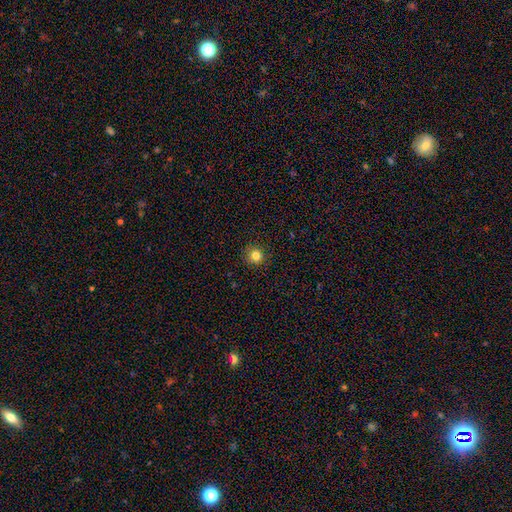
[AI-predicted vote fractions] This is clearly a smooth galaxy (82%). How rounded: clearly round (92%). Merging: clearly none (91%).